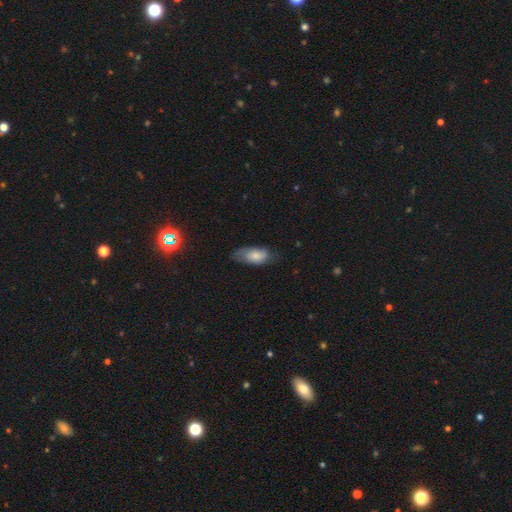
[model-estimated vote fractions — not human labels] Smooth or featured?
  - smooth: 74% *
  - featured or disk: 19%
  - star or artifact: 7%
How rounded?
  - in between: 88% *
  - cigar-shaped: 9%
  - round: 3%
Merging?
  - none: 55% *
  - minor disturbance: 33%
  - major disturbance: 10%
  - merger: 2%